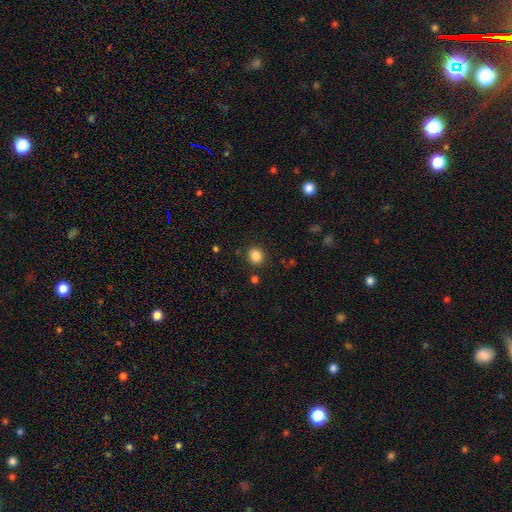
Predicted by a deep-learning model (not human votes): Overall: smooth (86%). How rounded: round (81%). Merging: none (88%).